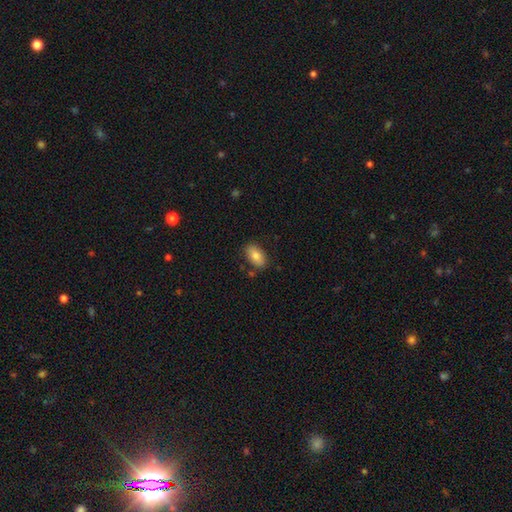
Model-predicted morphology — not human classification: Smooth or featured? smooth (82%)
How rounded? in between (92%)
Merging? none (82%)